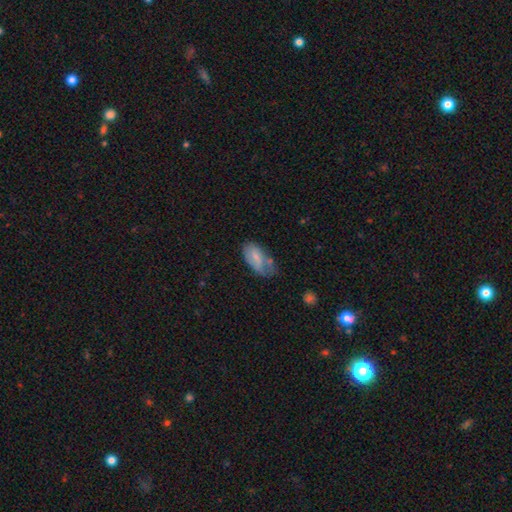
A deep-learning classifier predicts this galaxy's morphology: This is likely a smooth galaxy (66%). How rounded: clearly in between (92%). Merging: marginally minor disturbance (37%).